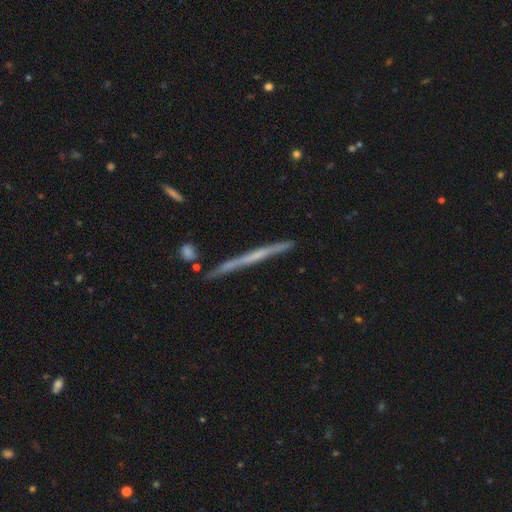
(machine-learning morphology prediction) Smooth or featured? Predicted: featured or disk (p=0.61). Edge-on disk? Predicted: yes (p=0.97). Edge-on bulge? Predicted: none (p=0.83). Merging? Predicted: none (p=0.85).